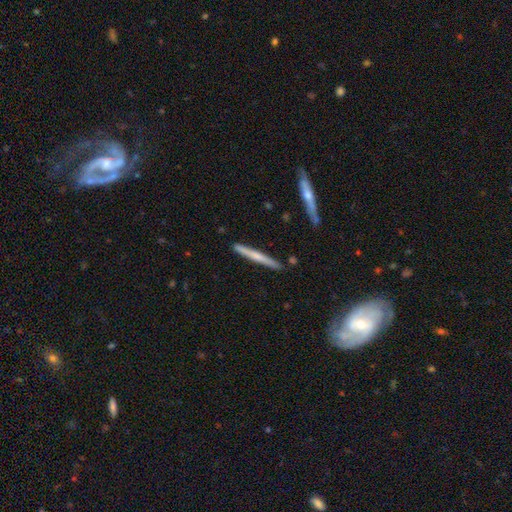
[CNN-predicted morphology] smooth_or_featured: featured or disk (p=0.51) [alt: smooth p=0.44]
disk_edge_on: yes (p=0.97) [alt: no p=0.03]
merging: none (p=0.89) [alt: minor disturbance p=0.07]